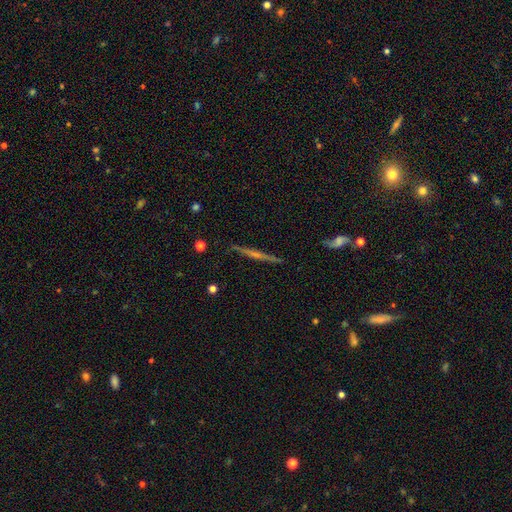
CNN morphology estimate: Smooth or featured? featured or disk (64%)
Edge-on disk? yes (96%)
Edge-on bulge? rounded (56%)
Merging? none (87%)